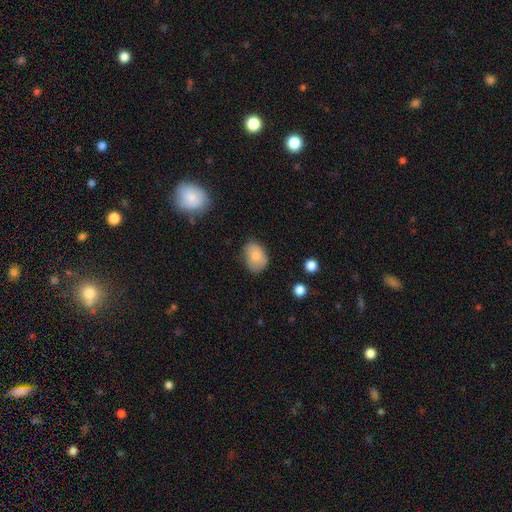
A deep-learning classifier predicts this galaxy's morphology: The model was most divided on "merging": none: 69%, minor disturbance: 24%, major disturbance: 6%, merger: 2%. More confident: smooth or featured — smooth (82%); how rounded — in between (76%).